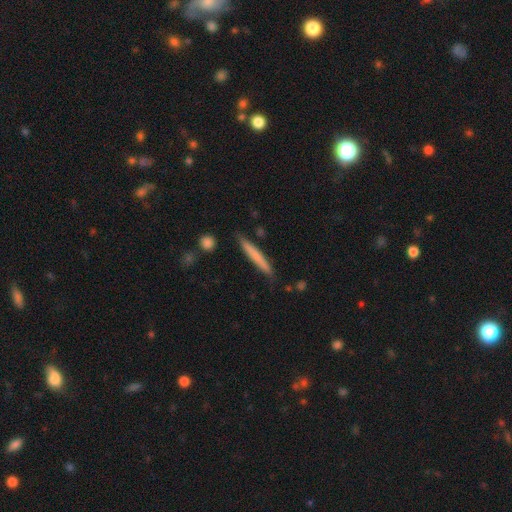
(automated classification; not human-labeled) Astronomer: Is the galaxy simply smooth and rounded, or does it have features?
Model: smooth — 67%.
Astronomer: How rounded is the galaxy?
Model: cigar-shaped — 96%.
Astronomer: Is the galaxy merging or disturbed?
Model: none — 84%.